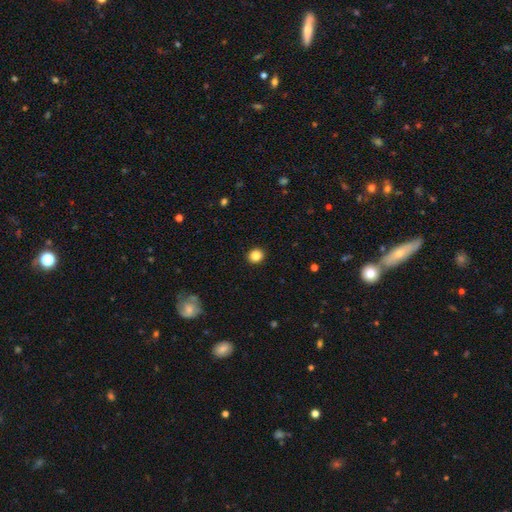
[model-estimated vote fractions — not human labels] A smooth galaxy with no disk features (86%) that is round (85%).

Vote fractions:
- Smooth or featured? smooth: 86% / star or artifact: 11% / featured or disk: 4%
- How rounded? round: 85% / in between: 14% / cigar-shaped: 1%
- Merging? none: 92% / minor disturbance: 5% / major disturbance: 2% / merger: 1%